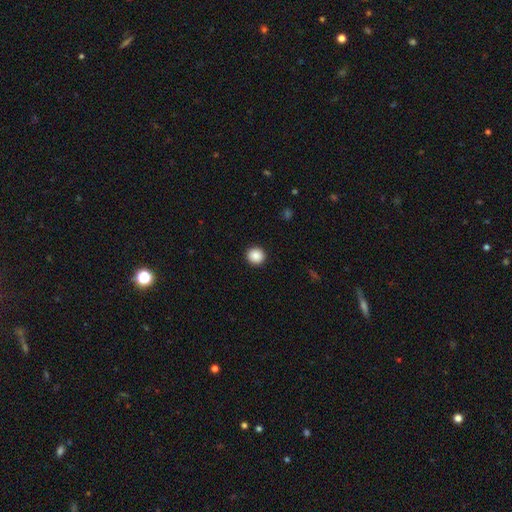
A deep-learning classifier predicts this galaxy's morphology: Overall: smooth (87%). How rounded: round (93%). Merging: none (93%).